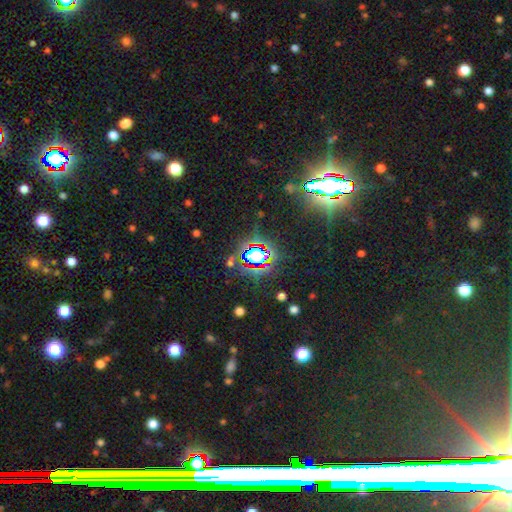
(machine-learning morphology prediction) Smooth or featured?
  - star or artifact: 70% *
  - smooth: 20%
  - featured or disk: 11%